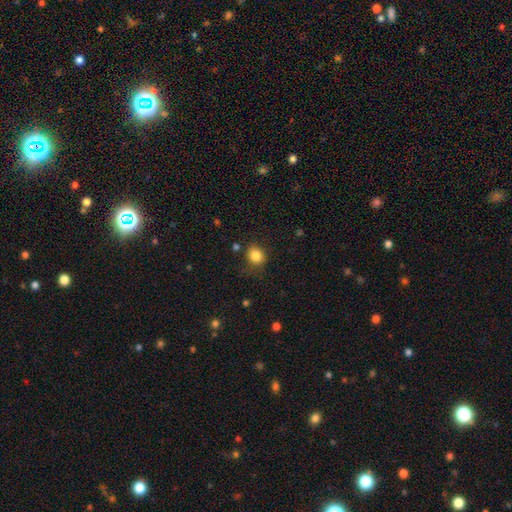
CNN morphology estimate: smooth-or-featured: smooth: 83% | star or artifact: 11% | featured or disk: 6%
  how-rounded: round: 72% | in between: 27% | cigar-shaped: 1%
  merging: none: 78% | minor disturbance: 15% | major disturbance: 4% | merger: 2%